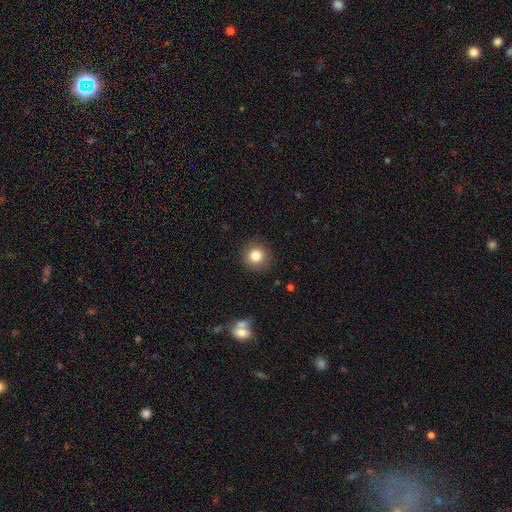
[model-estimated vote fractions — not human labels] This appears to be a smooth galaxy with no disk features (82%) that is round (93%). Merging: none (90%).